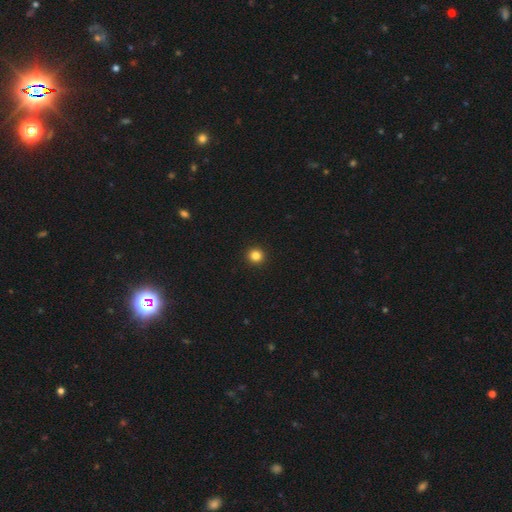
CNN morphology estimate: This is clearly a smooth galaxy (84%). How rounded: clearly round (94%). Merging: clearly none (94%).